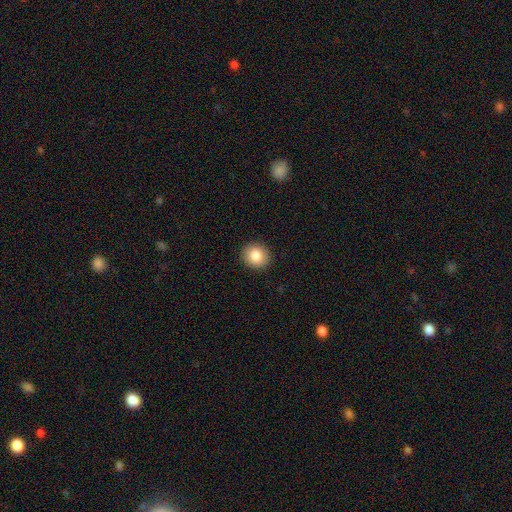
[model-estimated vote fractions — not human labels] A smooth galaxy with no disk features (85%) that is round (80%).

Vote fractions:
- Smooth or featured? smooth: 85% / star or artifact: 9% / featured or disk: 6%
- How rounded? round: 80% / in between: 19% / cigar-shaped: 1%
- Merging? none: 91% / minor disturbance: 6% / major disturbance: 2% / merger: 1%